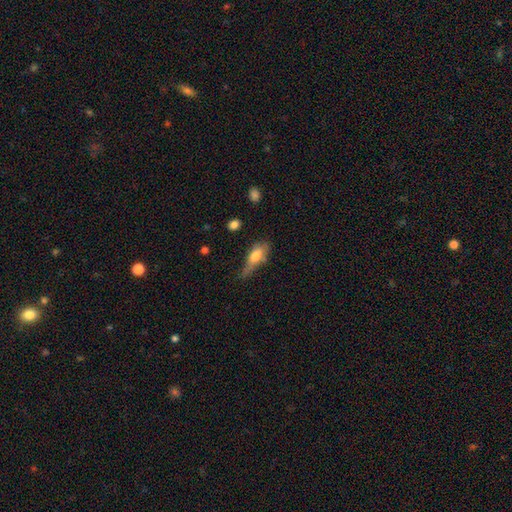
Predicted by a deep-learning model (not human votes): This appears to be a smooth galaxy with no disk features (66%) that is in between round and cigar-shaped (69%). Merging: minor disturbance (39%).